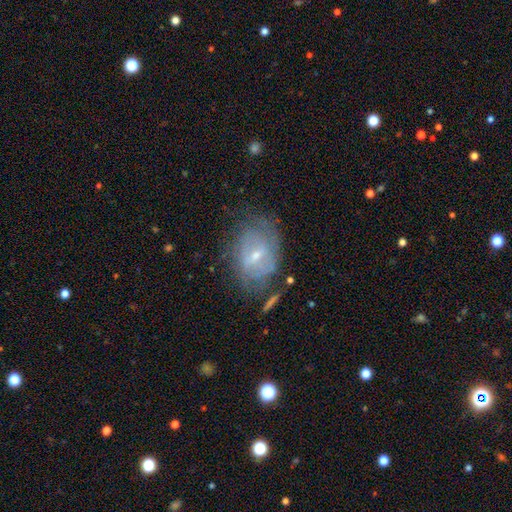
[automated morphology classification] Overall: featured or disk (67%). Edge-on disk: no (94%). Bar: weak (55%; no 23%). Spiral arms: yes (69%; no 31%). Bulge size: small (62%; moderate 33%). Merging: none (55%; minor disturbance 26%).